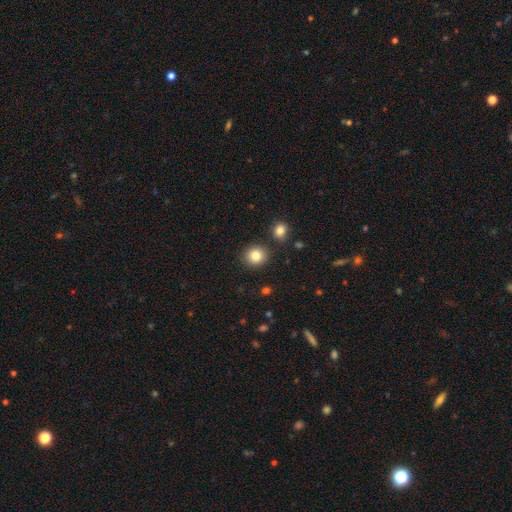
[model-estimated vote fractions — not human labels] Smooth or featured? Predicted: smooth (p=0.84). How rounded? Predicted: round (p=0.84). Merging? Predicted: none (p=0.86).